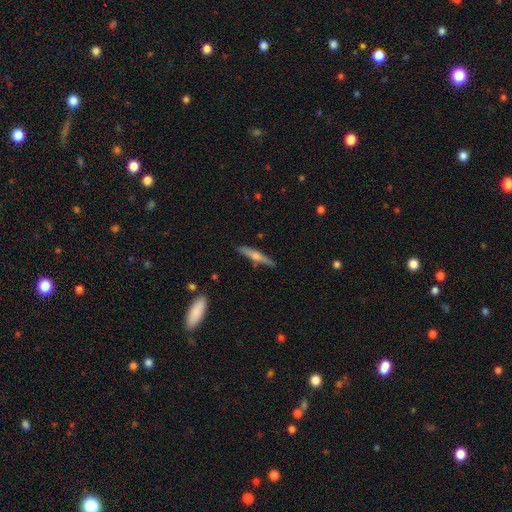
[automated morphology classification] Q: Smooth or featured?
A: featured or disk (61%); runner-up: smooth (32%)
Q: Edge-on disk?
A: yes (96%); runner-up: no (4%)
Q: Edge-on bulge?
A: rounded (84%); runner-up: none (10%)
Q: Merging?
A: none (87%); runner-up: minor disturbance (10%)